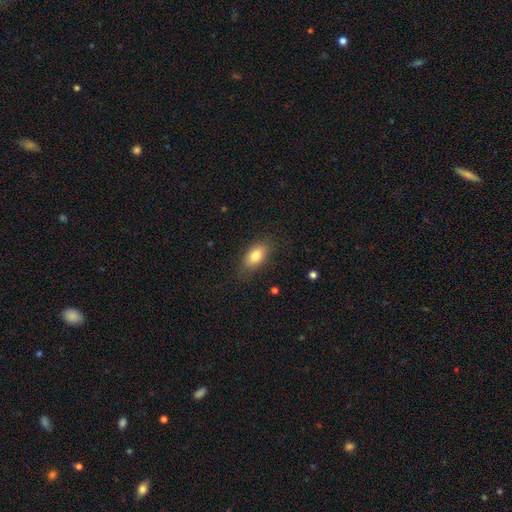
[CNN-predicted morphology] Smooth or featured? smooth (80%)
How rounded? in between (88%)
Merging? none (81%)